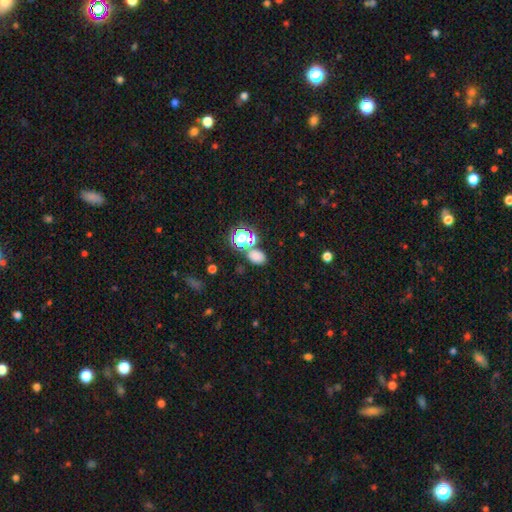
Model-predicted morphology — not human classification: Smooth or featured?
  - smooth: 69% *
  - star or artifact: 24%
  - featured or disk: 6%
How rounded?
  - in between: 67% *
  - round: 32%
  - cigar-shaped: 1%
Merging?
  - none: 68% *
  - merger: 18%
  - minor disturbance: 10%
  - major disturbance: 4%